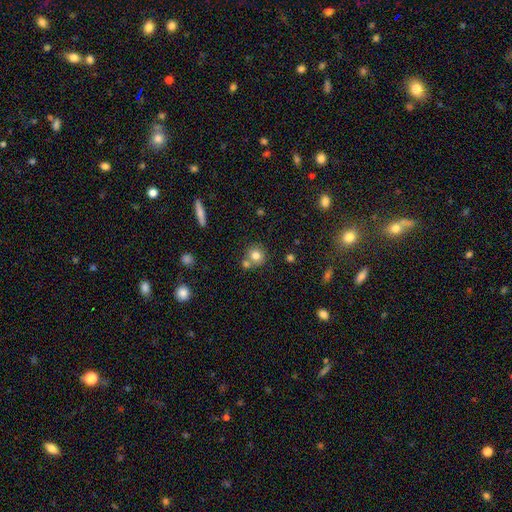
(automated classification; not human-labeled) Smooth or featured?
  - smooth: 77% *
  - star or artifact: 11%
  - featured or disk: 11%
How rounded?
  - round: 89% *
  - in between: 10%
  - cigar-shaped: 1%
Merging?
  - none: 59% *
  - merger: 29%
  - minor disturbance: 9%
  - major disturbance: 3%